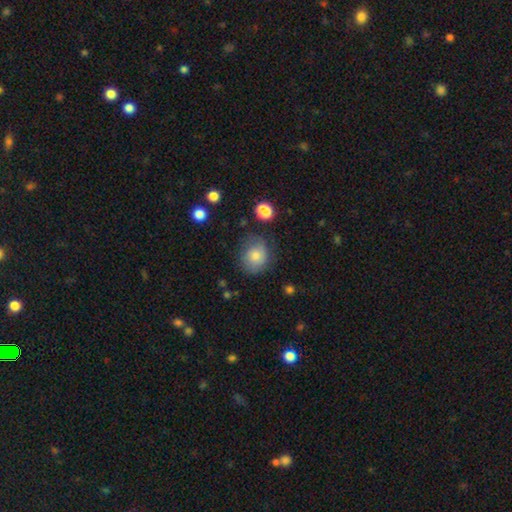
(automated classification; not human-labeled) smooth_or_featured: smooth (p=0.73) [alt: featured or disk p=0.17]
how_rounded: round (p=0.71) [alt: in between p=0.28]
merging: none (p=0.69) [alt: minor disturbance p=0.22]